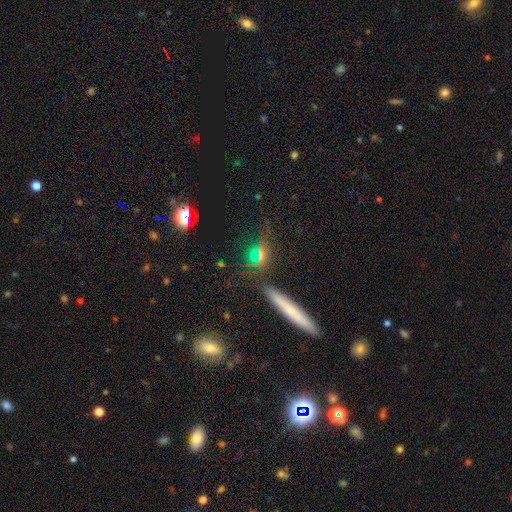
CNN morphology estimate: Smooth or featured? Predicted: star or artifact (p=0.45).